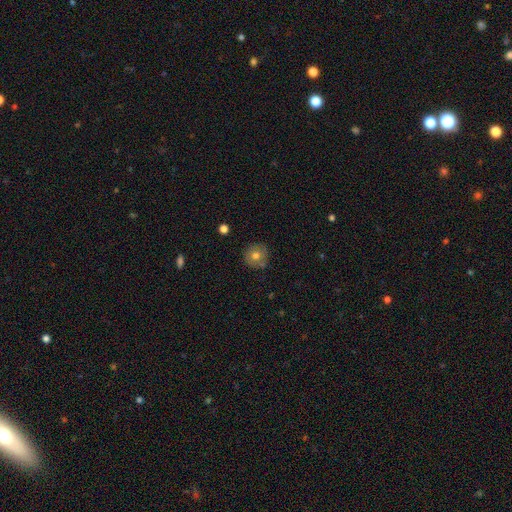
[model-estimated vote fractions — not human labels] This appears to be a smooth galaxy with no disk features (71%) that is round (93%). Merging: none (83%).